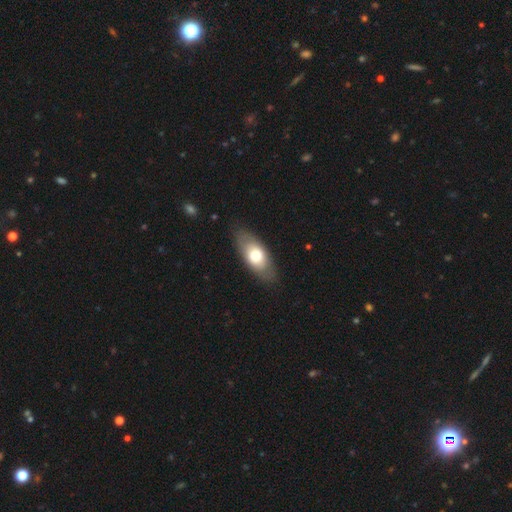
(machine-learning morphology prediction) smooth 67%, featured or disk 27%, star or artifact 6%. Down the decision tree: how rounded — in between (86%); merging — none (84%).